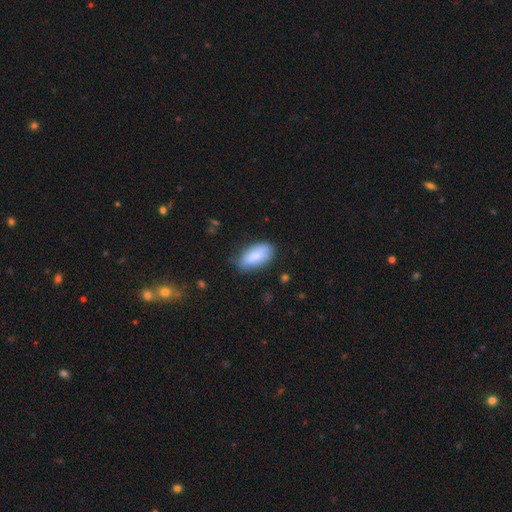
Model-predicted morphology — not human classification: Smooth or featured? Predicted: smooth (p=0.85). How rounded? Predicted: in between (p=0.92). Merging? Predicted: none (p=0.71).